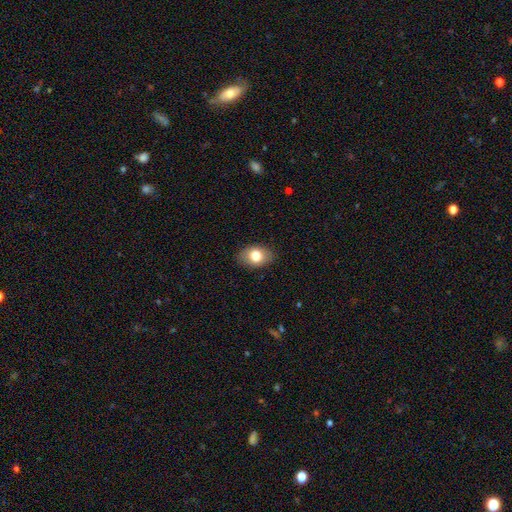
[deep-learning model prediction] The model was most divided on "how rounded": in between: 81%, round: 18%, cigar-shaped: 1%. More confident: merging — none (86%); smooth or featured — smooth (79%).